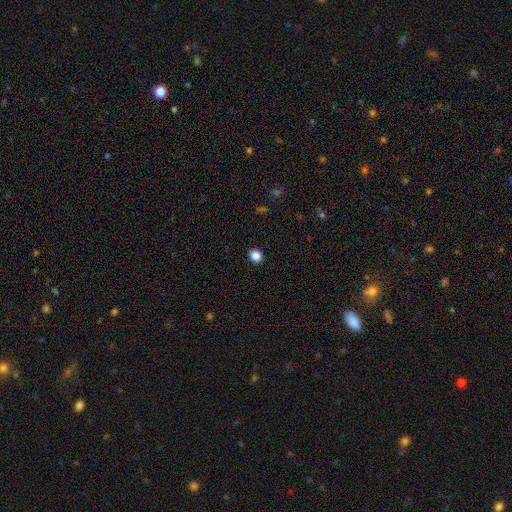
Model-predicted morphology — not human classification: Overall: smooth (86%). How rounded: round (76%). Merging: none (92%).